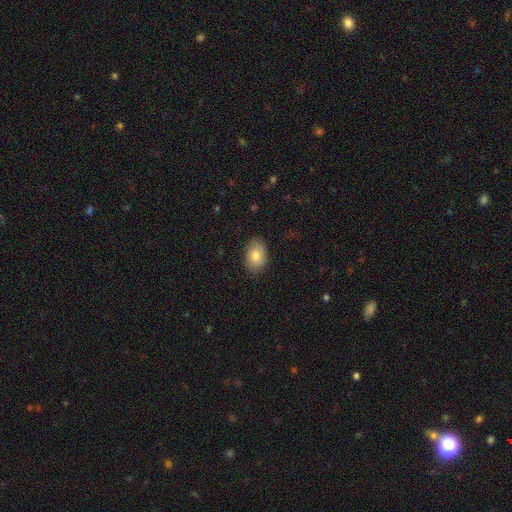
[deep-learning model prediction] smooth 80%, featured or disk 13%, star or artifact 7%. Down the decision tree: how rounded — in between (84%); merging — none (84%).